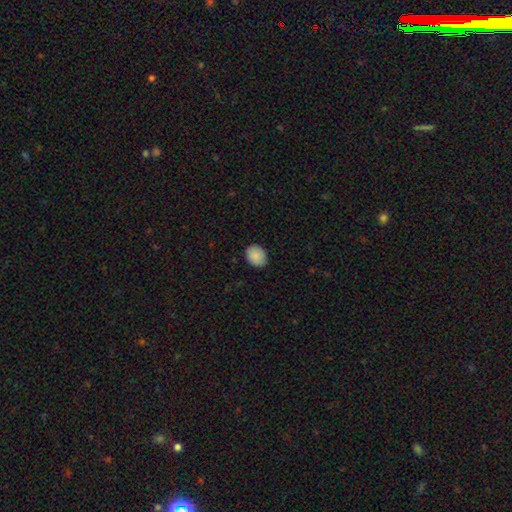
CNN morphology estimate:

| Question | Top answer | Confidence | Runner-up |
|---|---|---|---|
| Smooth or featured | smooth | 89% | star or artifact (8%) |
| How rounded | in between | 51% | round (48%) |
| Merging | none | 88% | minor disturbance (9%) |